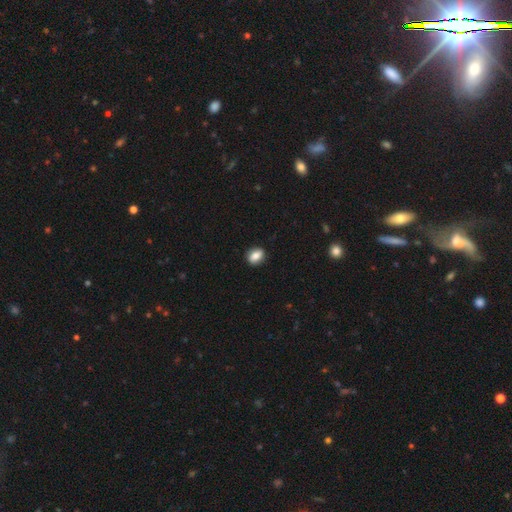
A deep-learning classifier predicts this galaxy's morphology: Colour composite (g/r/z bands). It shows a smooth galaxy with no disk features (80%) that is in between round and cigar-shaped (67%). Merging: none (88%).